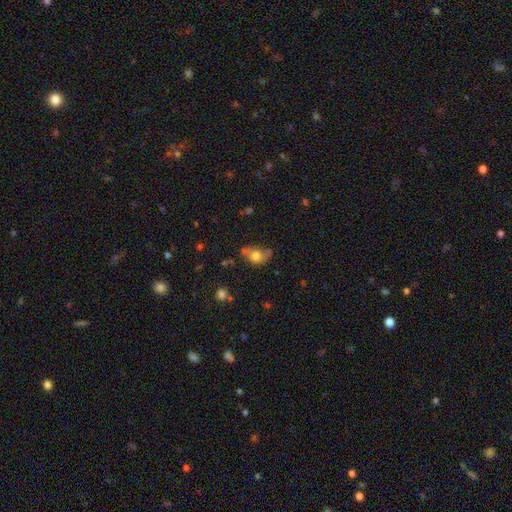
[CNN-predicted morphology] This is likely a smooth galaxy (62%). How rounded: likely in between (66%). Merging: marginally none (45%).